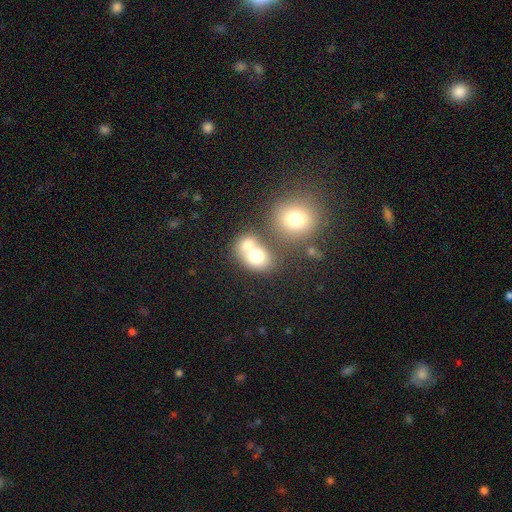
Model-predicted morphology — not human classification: Smooth or featured: smooth — 72% (featured or disk — 17%)
How rounded: round — 53% (in between — 45%)
Merging: merger — 54% (none — 32%)